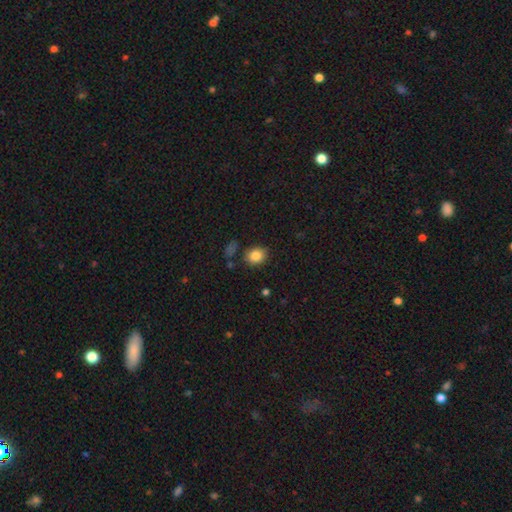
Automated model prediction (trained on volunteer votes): Smooth or featured? Predicted: smooth (p=0.85). How rounded? Predicted: round (p=0.57). Merging? Predicted: none (p=0.81).